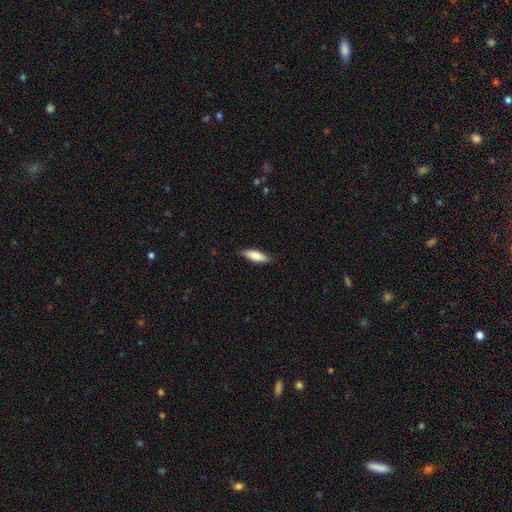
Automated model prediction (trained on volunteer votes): smooth_or_featured: smooth (p=0.80) [alt: featured or disk p=0.14]
how_rounded: in between (p=0.62) [alt: cigar-shaped p=0.36]
merging: none (p=0.86) [alt: minor disturbance p=0.11]